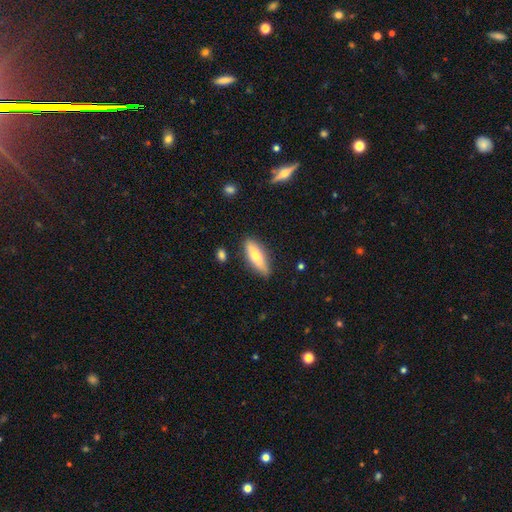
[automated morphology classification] Smooth or featured?
  - smooth: 65% *
  - featured or disk: 29%
  - star or artifact: 6%
How rounded?
  - cigar-shaped: 57% *
  - in between: 41%
  - round: 2%
Merging?
  - none: 84% *
  - minor disturbance: 11%
  - major disturbance: 2%
  - merger: 2%